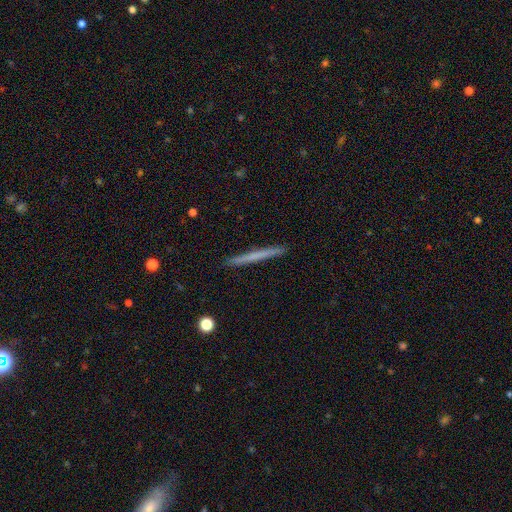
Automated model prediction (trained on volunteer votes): A smooth galaxy with no disk features (59%) that is cigar-shaped (97%).

Vote fractions:
- Smooth or featured? smooth: 59% / featured or disk: 36% / star or artifact: 6%
- How rounded? cigar-shaped: 97% / in between: 2% / round: 1%
- Merging? none: 93% / minor disturbance: 5% / major disturbance: 1% / merger: 1%